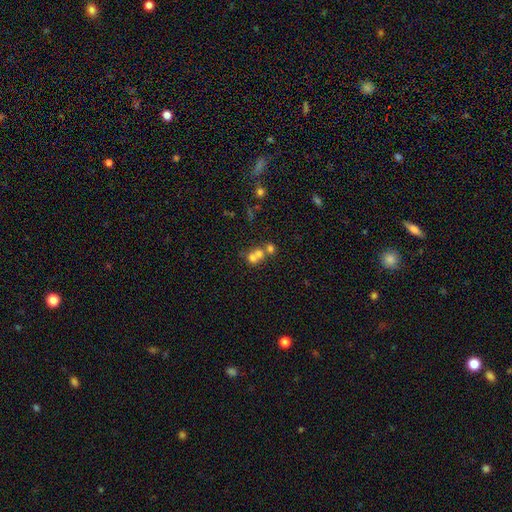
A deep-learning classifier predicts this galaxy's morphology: A smooth galaxy with no disk features (64%) that is round (78%).

Vote fractions:
- Smooth or featured? smooth: 64% / featured or disk: 21% / star or artifact: 15%
- How rounded? round: 78% / in between: 21% / cigar-shaped: 1%
- Merging? merger: 61% / none: 30% / minor disturbance: 5% / major disturbance: 3%